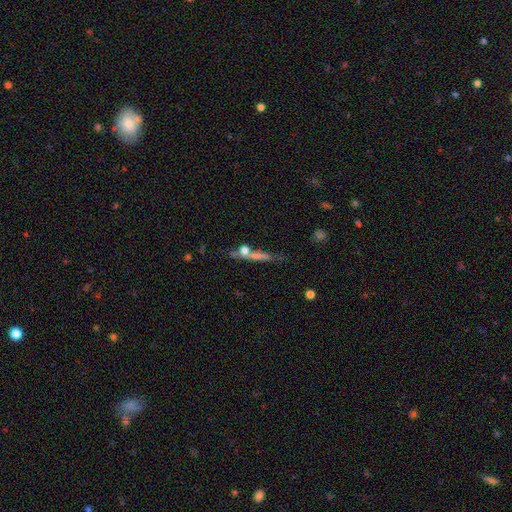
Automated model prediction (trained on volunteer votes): This is possibly a featured or disk galaxy (46%). Merging: likely none (60%).